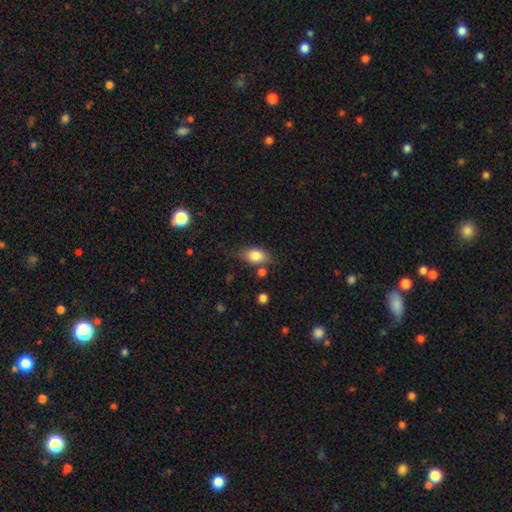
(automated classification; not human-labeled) This appears to be a smooth galaxy with no disk features (82%) that is in between round and cigar-shaped (82%). Merging: none (68%).